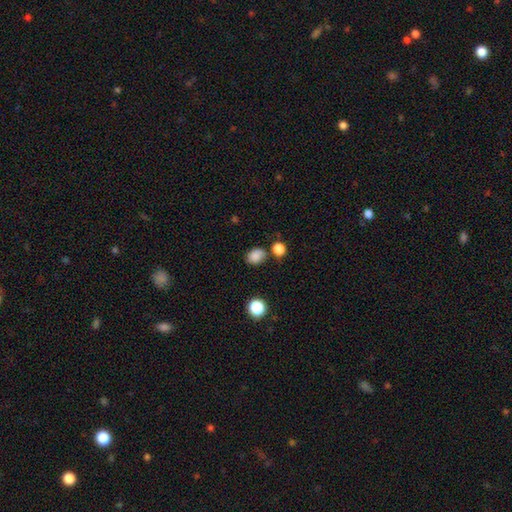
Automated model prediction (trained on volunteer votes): Q: Smooth or featured?
A: smooth (85%); runner-up: star or artifact (11%)
Q: How rounded?
A: in between (57%); runner-up: round (42%)
Q: Merging?
A: none (73%); runner-up: minor disturbance (15%)